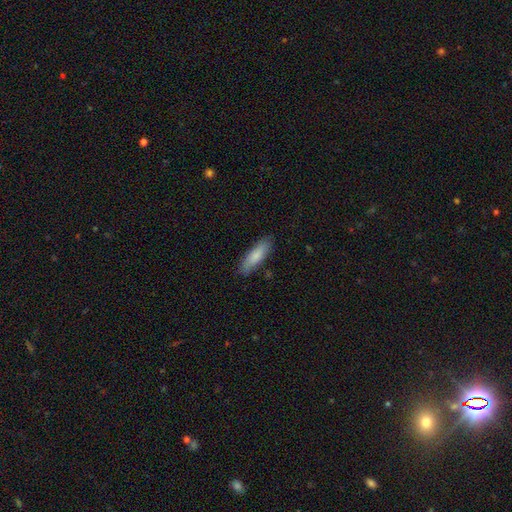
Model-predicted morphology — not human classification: Smooth or featured? Predicted: smooth (p=0.81). How rounded? Predicted: cigar-shaped (p=0.58). Merging? Predicted: none (p=0.84).